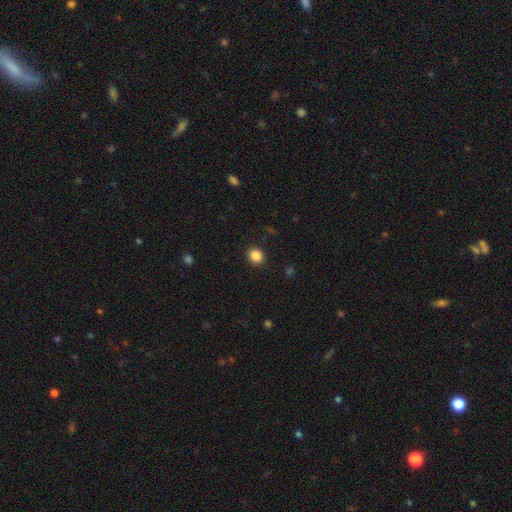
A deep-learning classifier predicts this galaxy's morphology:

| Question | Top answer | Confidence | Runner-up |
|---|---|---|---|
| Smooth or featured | smooth | 87% | star or artifact (10%) |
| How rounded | round | 64% | in between (35%) |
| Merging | none | 90% | minor disturbance (7%) |